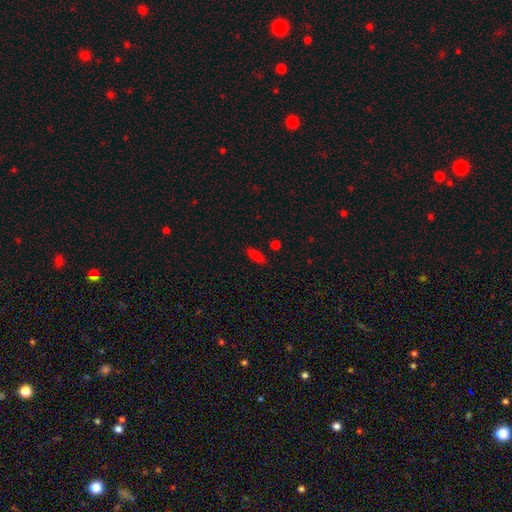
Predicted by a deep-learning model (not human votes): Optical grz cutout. It shows a smooth galaxy with no disk features (80%) that is in between round and cigar-shaped (64%). Merging: none (84%).